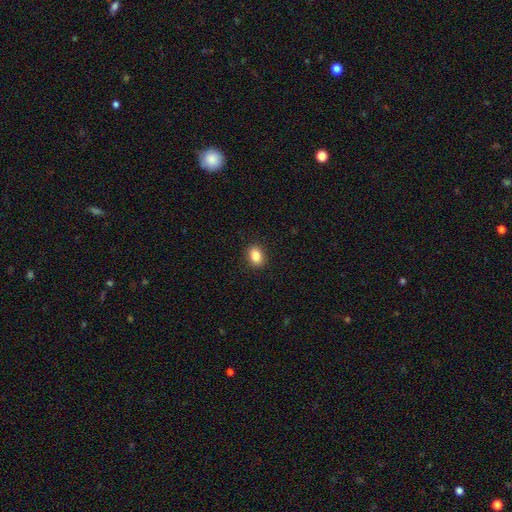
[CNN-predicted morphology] A smooth galaxy with no disk features (86%) that is in between round and cigar-shaped (70%). Merging: none (90%).